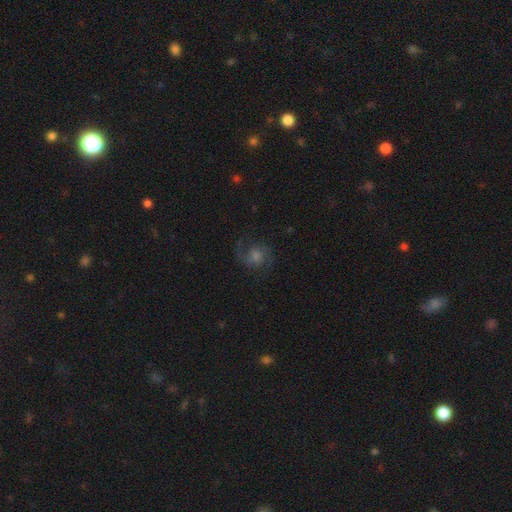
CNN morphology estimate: Smooth or featured?
  - featured or disk: 66% *
  - smooth: 19%
  - star or artifact: 14%
Edge-on disk?
  - no: 98% *
  - yes: 2%
Bar?
  - no: 68% *
  - weak: 28%
  - strong: 4%
Spiral arms?
  - yes: 94% *
  - no: 6%
Spiral winding?
  - medium: 50% *
  - loose: 31%
  - tight: 19%
Spiral arm count?
  - 2: 79% *
  - 1: 9%
  - can't tell: 7%
  - 3: 2%
  - 4: 1%
  - more than 4: 1%
Bulge size?
  - moderate: 42% *
  - small: 32%
  - large: 13%
  - none: 10%
  - dominant: 3%
Merging?
  - none: 72% *
  - minor disturbance: 15%
  - major disturbance: 12%
  - merger: 1%